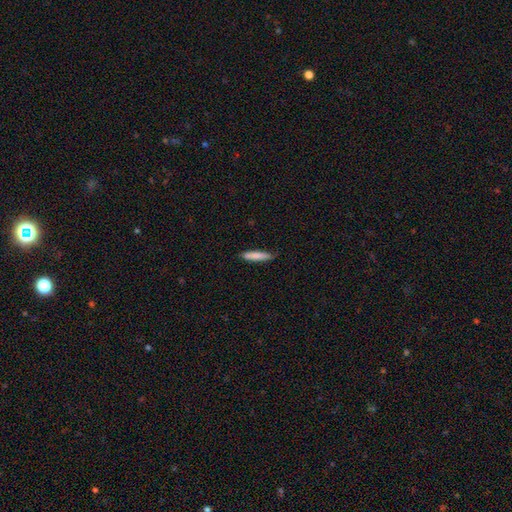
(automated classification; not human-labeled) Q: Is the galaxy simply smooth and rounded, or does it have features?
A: smooth — 82%.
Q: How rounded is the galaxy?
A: cigar-shaped — 88%.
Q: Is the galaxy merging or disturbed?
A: none — 80%.